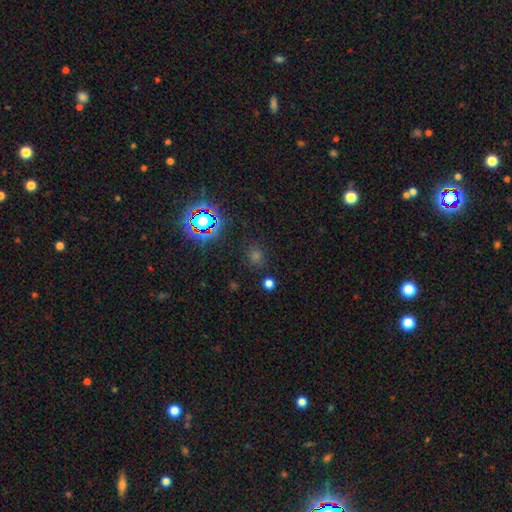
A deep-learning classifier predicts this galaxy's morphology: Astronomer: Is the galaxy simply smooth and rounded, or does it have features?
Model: smooth — 48% (runner-up: star or artifact, 45%).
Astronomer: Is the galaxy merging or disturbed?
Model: none — 85%.